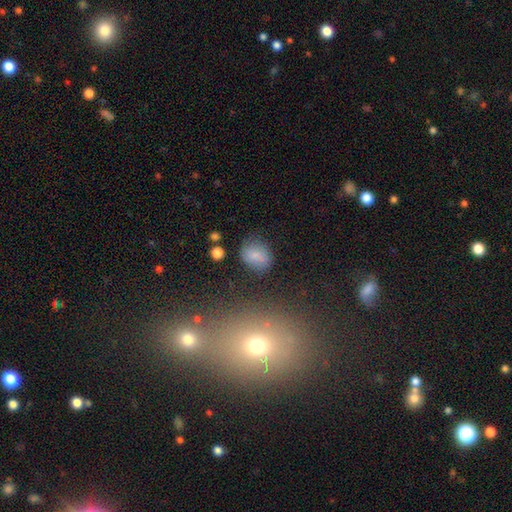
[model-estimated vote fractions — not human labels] Smooth or featured? Predicted: smooth (p=0.77). How rounded? Predicted: in between (p=0.52). Merging? Predicted: none (p=0.70).